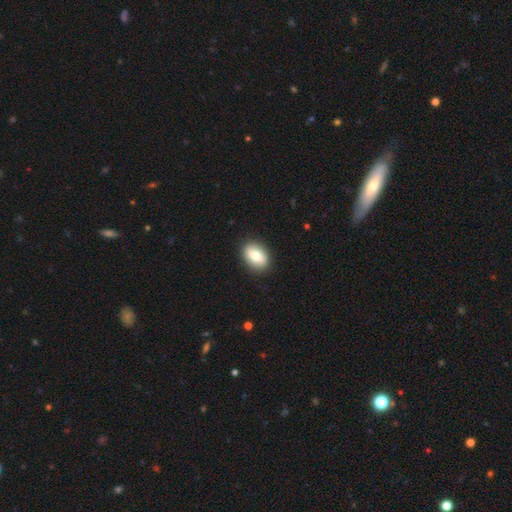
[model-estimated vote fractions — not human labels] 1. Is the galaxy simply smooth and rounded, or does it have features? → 79% smooth, 14% featured or disk, 7% star or artifact.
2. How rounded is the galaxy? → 83% in between, 15% round, 2% cigar-shaped.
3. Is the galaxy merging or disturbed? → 89% none, 8% minor disturbance, 2% major disturbance, 1% merger.